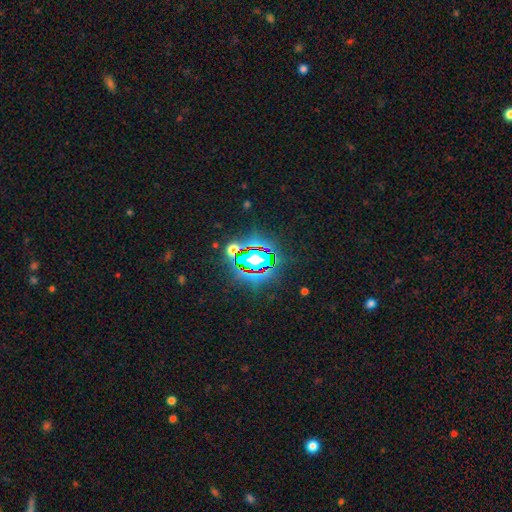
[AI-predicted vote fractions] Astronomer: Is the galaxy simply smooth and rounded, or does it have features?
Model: star or artifact — 82%.